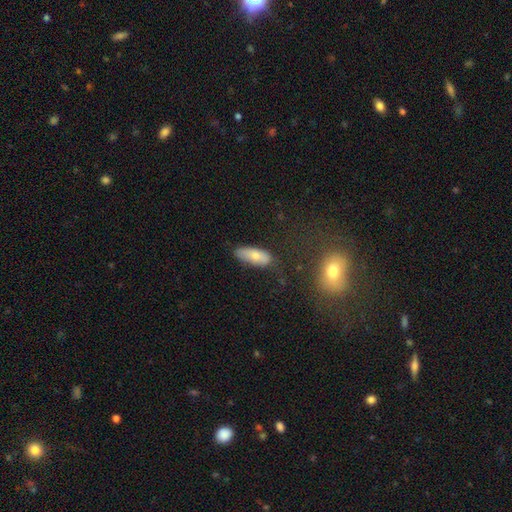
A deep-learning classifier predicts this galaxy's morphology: A smooth galaxy with no disk features (72%) that is in between round and cigar-shaped (76%).

Vote fractions:
- Smooth or featured? smooth: 72% / featured or disk: 20% / star or artifact: 8%
- How rounded? in between: 76% / cigar-shaped: 22% / round: 3%
- Merging? none: 66% / minor disturbance: 25% / major disturbance: 6% / merger: 3%